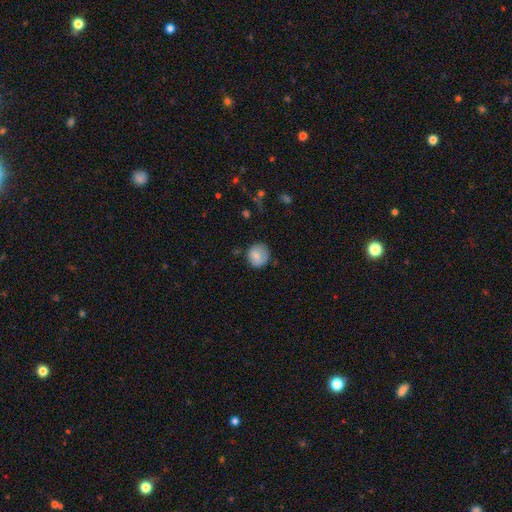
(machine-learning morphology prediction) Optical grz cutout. It shows a smooth galaxy with no disk features (82%) that is round (87%). Merging: none (76%).